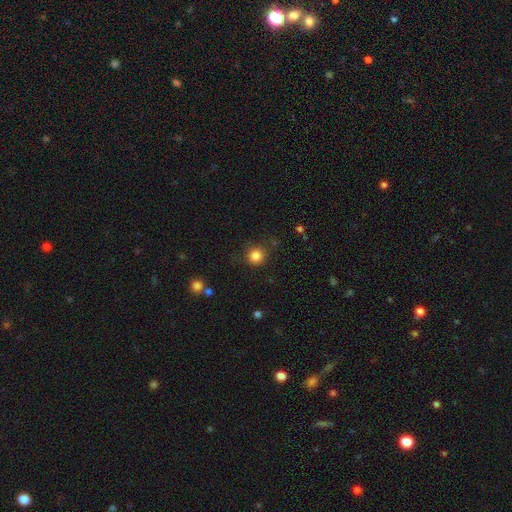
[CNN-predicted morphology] Smooth or featured?
  - smooth: 84% *
  - star or artifact: 11%
  - featured or disk: 4%
How rounded?
  - round: 93% *
  - in between: 7%
  - cigar-shaped: 1%
Merging?
  - none: 85% *
  - minor disturbance: 10%
  - major disturbance: 4%
  - merger: 2%